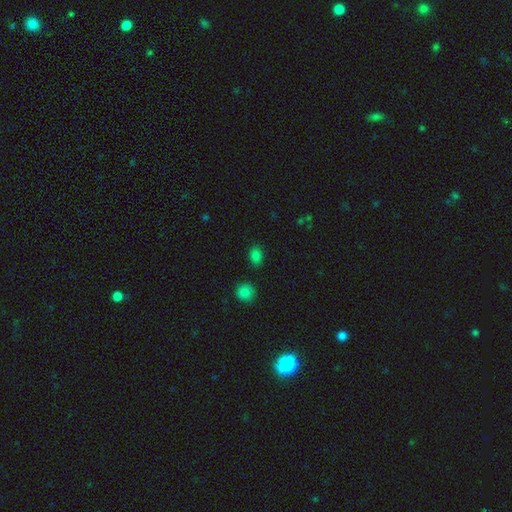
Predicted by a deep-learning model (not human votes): smooth_or_featured: smooth (p=0.81) [alt: star or artifact p=0.15]
how_rounded: in between (p=0.73) [alt: round p=0.26]
merging: none (p=0.84) [alt: minor disturbance p=0.10]